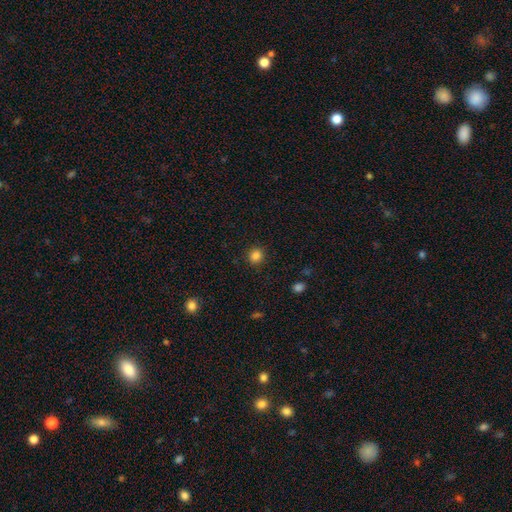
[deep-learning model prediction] Morphology: type=smooth (85%); roundness=round (87%); merging=none (91%).